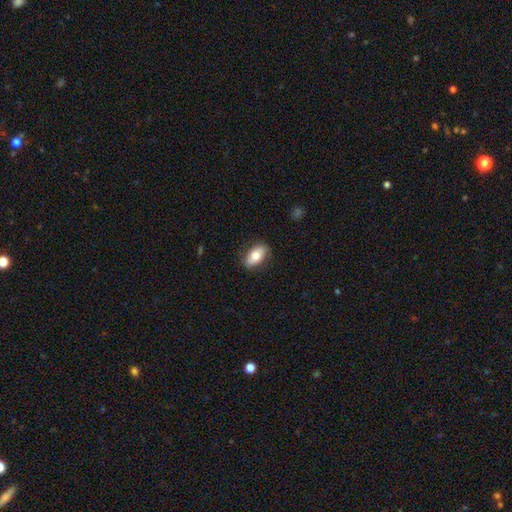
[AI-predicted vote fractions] Overall: smooth (71%). How rounded: in between (90%). Merging: none (81%).